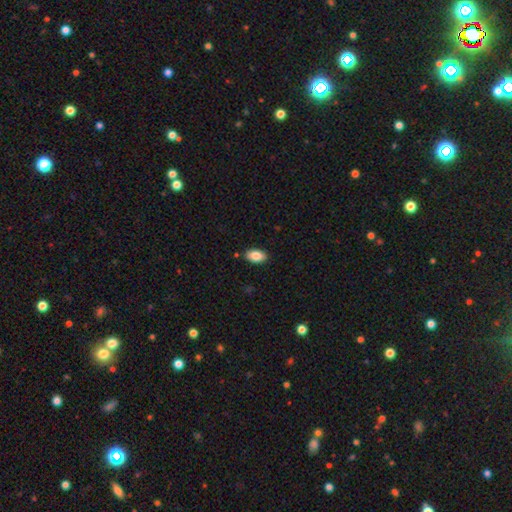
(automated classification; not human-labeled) Smooth or featured? smooth (88%)
How rounded? in between (94%)
Merging? none (87%)